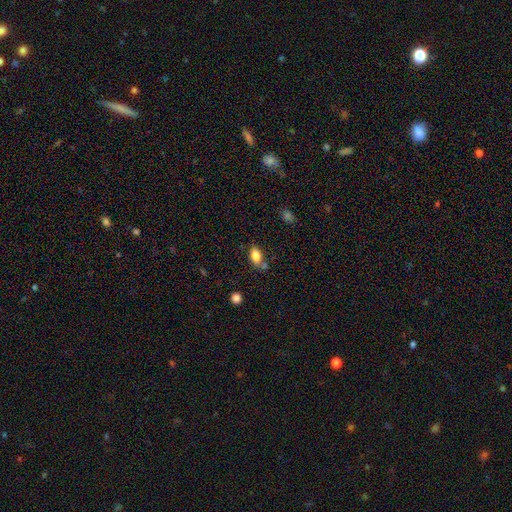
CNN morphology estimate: A smooth galaxy with no disk features (81%) that is in between round and cigar-shaped (87%). Merging: none (65%).